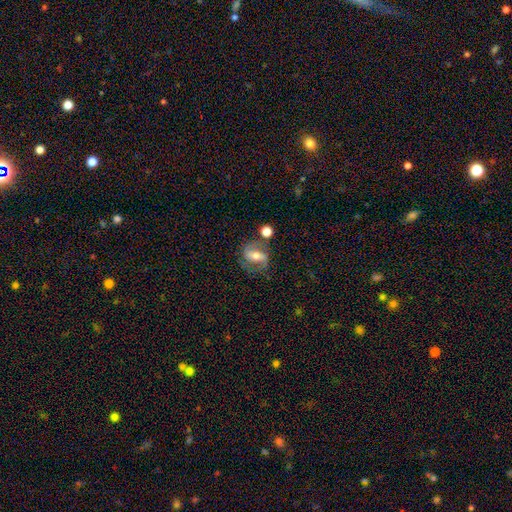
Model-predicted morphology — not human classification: A featured or disk galaxy (66%) with a strong bar (52%), spiral arms (80%) and a moderate central bulge (61%).

Vote fractions:
- Smooth or featured? featured or disk: 66% / smooth: 25% / star or artifact: 9%
- Edge-on disk? no: 93% / yes: 7%
- Bar? strong: 52% / weak: 30% / no: 19%
- Spiral arms? yes: 80% / no: 20%
- Bulge size? moderate: 61% / small: 28% / large: 7% / none: 2% / dominant: 1%
- Merging? none: 63% / minor disturbance: 17% / major disturbance: 10% / merger: 9%